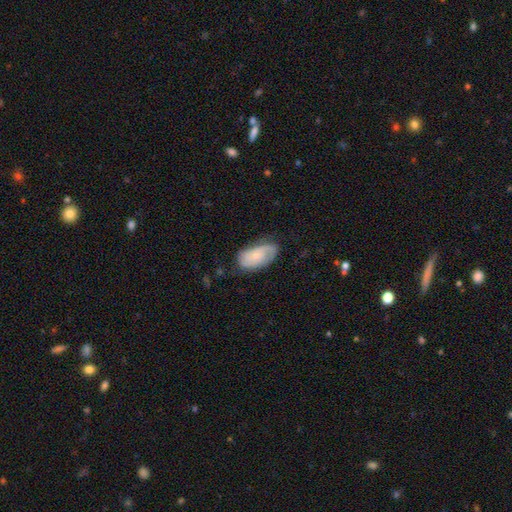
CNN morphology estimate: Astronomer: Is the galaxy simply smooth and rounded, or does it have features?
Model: featured or disk — 60%.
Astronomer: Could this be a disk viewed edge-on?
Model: no — 95%.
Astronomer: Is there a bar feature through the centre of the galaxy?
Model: no — 74%.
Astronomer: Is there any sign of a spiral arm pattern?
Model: yes — 89%.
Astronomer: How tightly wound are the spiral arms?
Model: tight — 45% (runner-up: medium, 38%).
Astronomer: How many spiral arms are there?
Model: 2 — 57%.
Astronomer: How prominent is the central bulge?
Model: small — 62%.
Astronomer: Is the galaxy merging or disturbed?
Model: none — 66%.